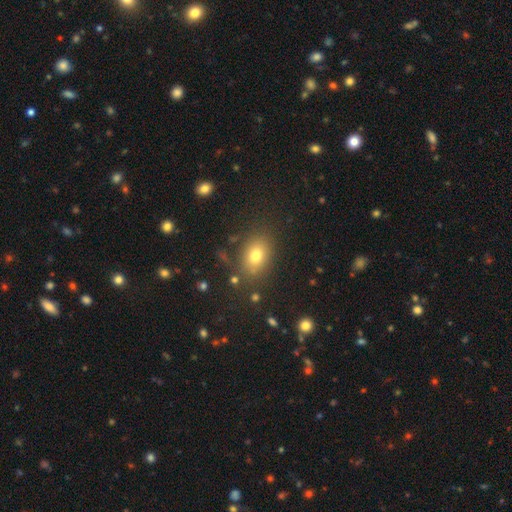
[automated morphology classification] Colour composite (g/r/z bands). It shows a smooth galaxy with no disk features (74%) that is in between round and cigar-shaped (70%). Merging: none (80%).